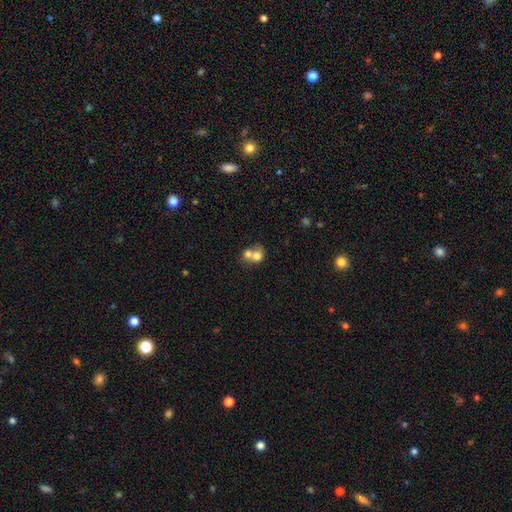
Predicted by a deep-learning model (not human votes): Smooth or featured: smooth — 69% (featured or disk — 21%)
How rounded: round — 64% (in between — 35%)
Merging: merger — 71% (none — 20%)